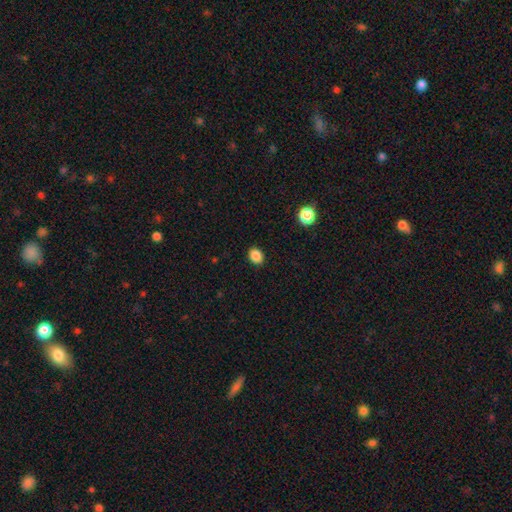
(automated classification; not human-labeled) This is clearly a smooth galaxy (87%). How rounded: possibly in between (53%). Merging: clearly none (91%).